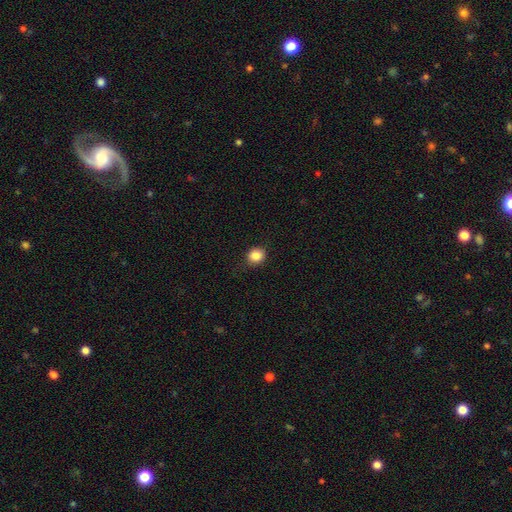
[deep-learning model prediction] smooth-or-featured: smooth: 85% | star or artifact: 10% | featured or disk: 5%
  how-rounded: round: 76% | in between: 23% | cigar-shaped: 1%
  merging: none: 82% | minor disturbance: 13% | major disturbance: 3% | merger: 1%